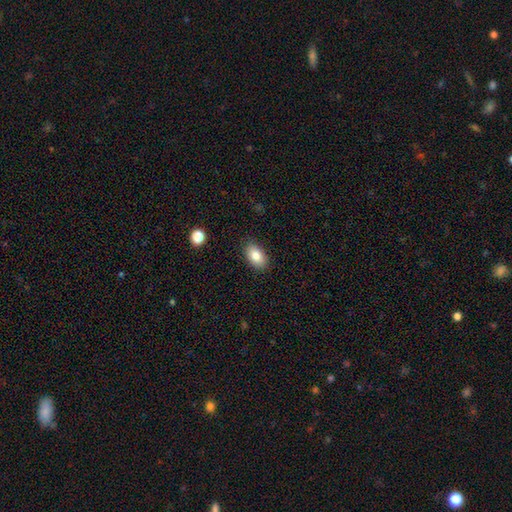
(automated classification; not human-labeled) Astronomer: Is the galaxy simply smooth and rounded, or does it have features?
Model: smooth — 84%.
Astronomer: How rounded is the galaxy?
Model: in between — 92%.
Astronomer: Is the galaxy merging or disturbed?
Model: none — 87%.